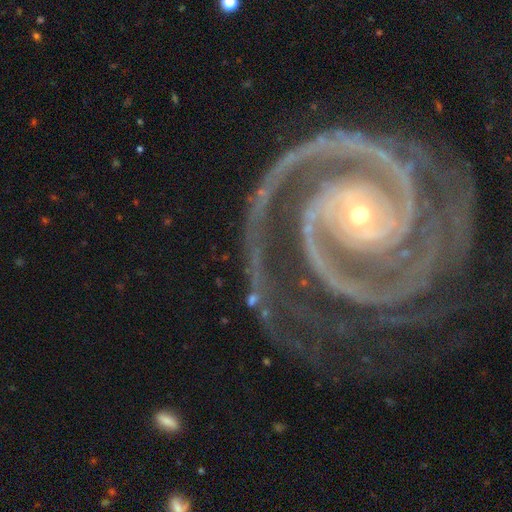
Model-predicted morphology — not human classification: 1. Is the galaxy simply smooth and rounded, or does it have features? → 91% featured or disk, 6% star or artifact, 3% smooth.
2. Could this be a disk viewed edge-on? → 97% no, 3% yes.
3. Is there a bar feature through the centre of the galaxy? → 51% no, 25% strong, 24% weak.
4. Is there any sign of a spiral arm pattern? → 98% yes, 2% no.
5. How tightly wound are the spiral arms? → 52% tight, 37% medium, 11% loose.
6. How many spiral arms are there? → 60% 2, 12% 3, 9% can't tell, 6% 4, 6% 1, 6% more than 4.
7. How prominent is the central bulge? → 61% small, 35% moderate, 2% large, 1% none, 1% dominant.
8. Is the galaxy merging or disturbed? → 61% none, 20% major disturbance, 16% minor disturbance, 3% merger.